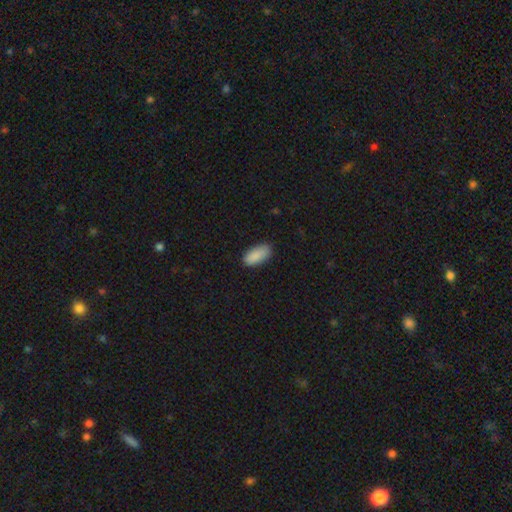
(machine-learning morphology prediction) The model was most divided on "merging": none: 84%, minor disturbance: 13%, major disturbance: 2%, merger: 1%. More confident: how rounded — in between (91%); smooth or featured — smooth (89%).